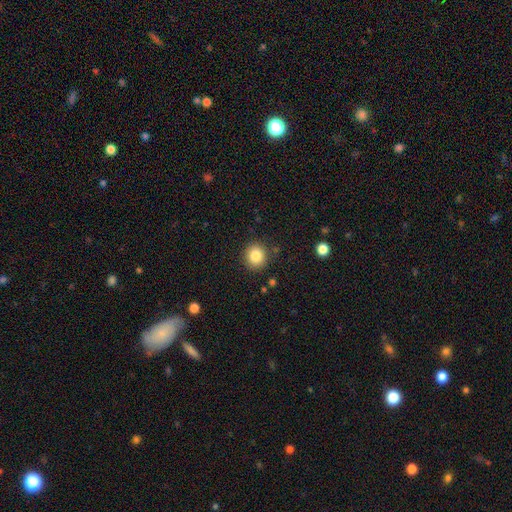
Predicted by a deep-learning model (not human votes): A smooth galaxy with no disk features (84%) that is round (87%). Merging: none (89%).